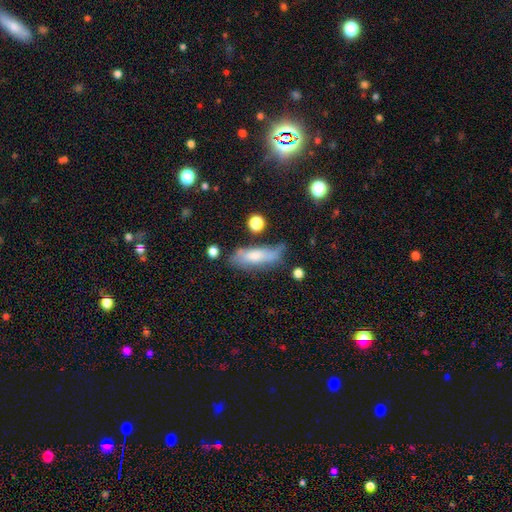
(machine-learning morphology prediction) smooth 63%, featured or disk 29%, star or artifact 8%. Down the decision tree: how rounded — in between (52%); merging — none (48%).